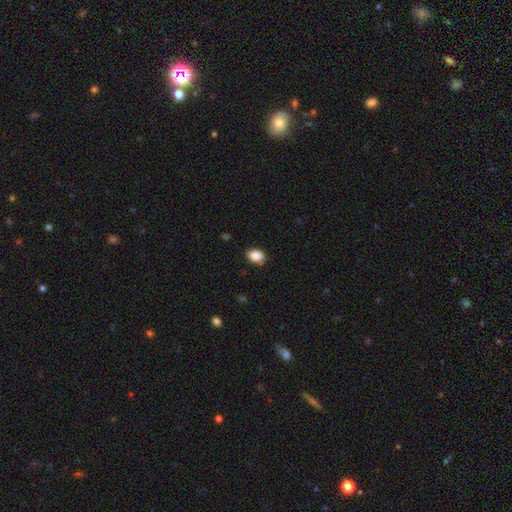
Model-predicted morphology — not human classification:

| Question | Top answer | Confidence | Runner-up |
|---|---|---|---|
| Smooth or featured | smooth | 89% | star or artifact (8%) |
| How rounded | in between | 73% | round (26%) |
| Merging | none | 81% | minor disturbance (15%) |